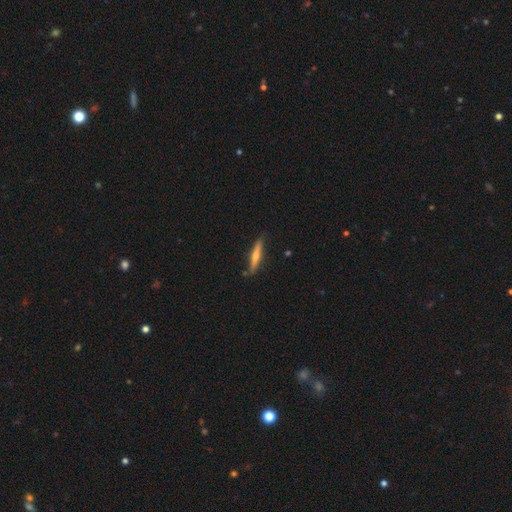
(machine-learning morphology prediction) Smooth or featured? Predicted: featured or disk (p=0.57). Edge-on disk? Predicted: yes (p=0.95). Edge-on bulge? Predicted: rounded (p=0.81). Merging? Predicted: none (p=0.84).